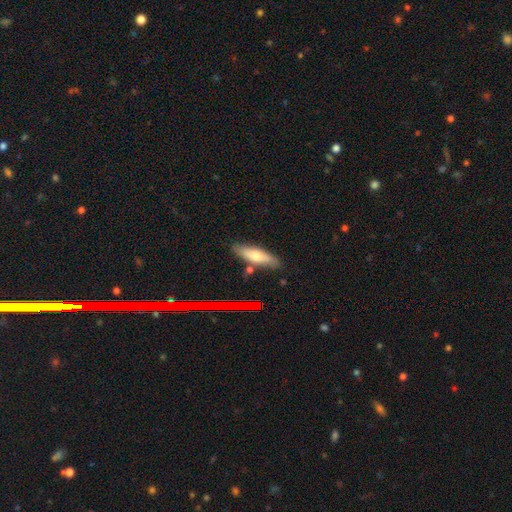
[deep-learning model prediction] smooth 63%, featured or disk 28%, star or artifact 8%. Down the decision tree: how rounded — cigar-shaped (51%); merging — none (79%).